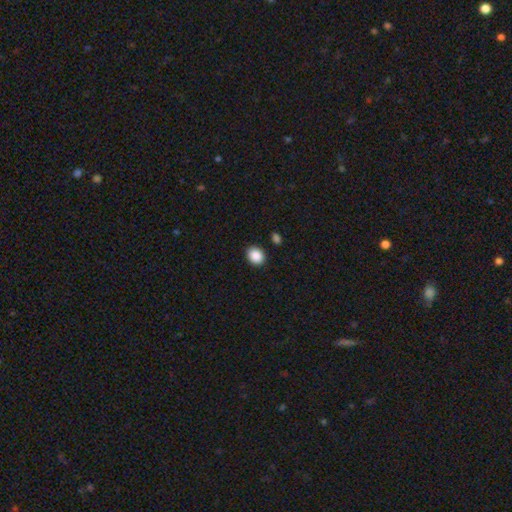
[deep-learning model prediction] A smooth galaxy with no disk features (89%) that is round (56%).

Vote fractions:
- Smooth or featured? smooth: 89% / star or artifact: 8% / featured or disk: 3%
- How rounded? round: 56% / in between: 44% / cigar-shaped: 1%
- Merging? none: 87% / minor disturbance: 8% / major disturbance: 2% / merger: 2%